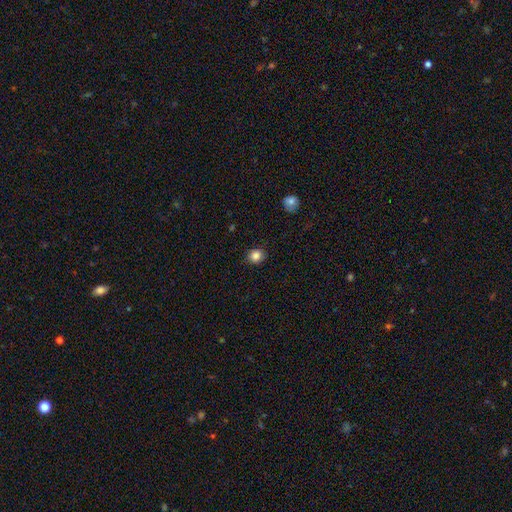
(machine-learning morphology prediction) Smooth or featured? smooth (85%)
How rounded? round (81%)
Merging? none (88%)